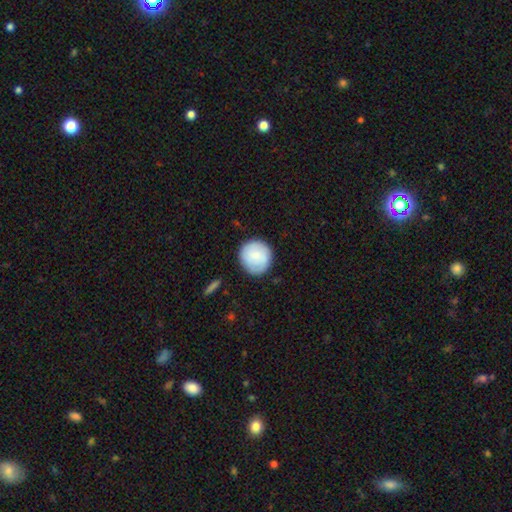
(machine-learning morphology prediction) Smooth or featured? Predicted: smooth (p=0.81). How rounded? Predicted: round (p=0.93). Merging? Predicted: none (p=0.86).